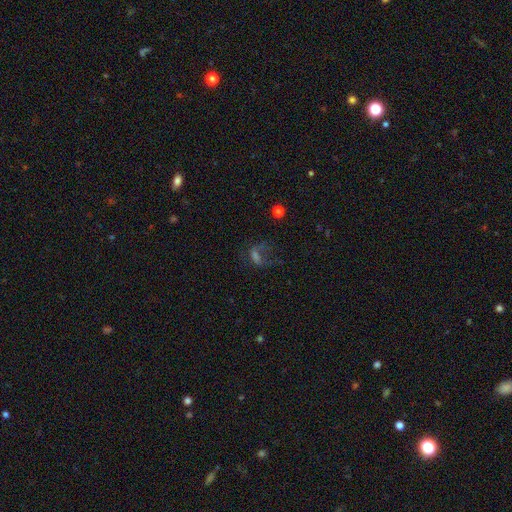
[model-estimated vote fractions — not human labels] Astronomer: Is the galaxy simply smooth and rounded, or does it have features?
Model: smooth — 35% (runner-up: featured or disk, 34%).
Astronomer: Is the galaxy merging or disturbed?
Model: major disturbance — 42% (runner-up: none, 37%).